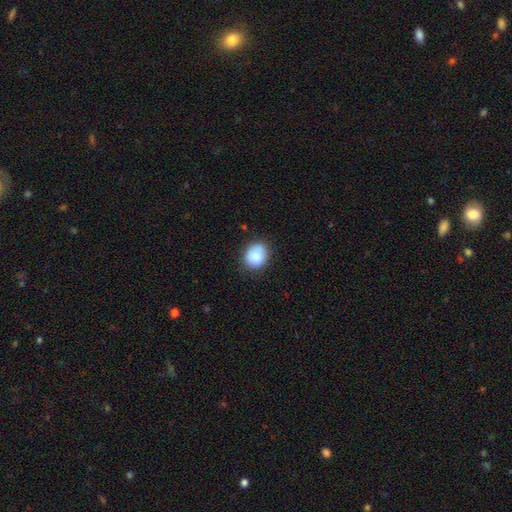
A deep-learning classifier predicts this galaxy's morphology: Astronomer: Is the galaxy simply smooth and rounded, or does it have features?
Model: smooth — 86%.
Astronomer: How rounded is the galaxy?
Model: round — 64%.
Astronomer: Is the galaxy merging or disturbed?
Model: none — 81%.